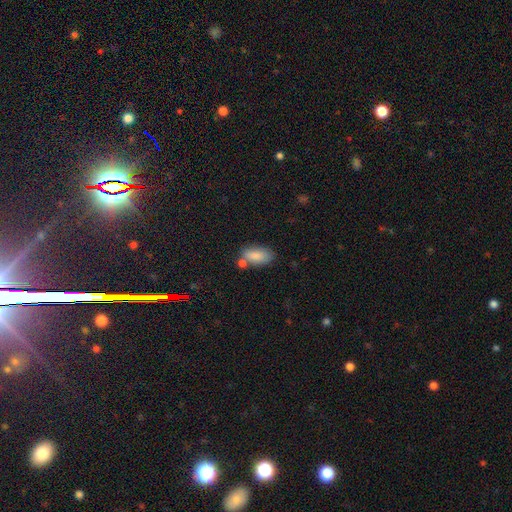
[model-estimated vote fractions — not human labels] A smooth galaxy with no disk features (85%) that is in between round and cigar-shaped (90%).

Vote fractions:
- Smooth or featured? smooth: 85% / featured or disk: 8% / star or artifact: 7%
- How rounded? in between: 90% / cigar-shaped: 6% / round: 4%
- Merging? none: 58% / minor disturbance: 18% / merger: 18% / major disturbance: 5%